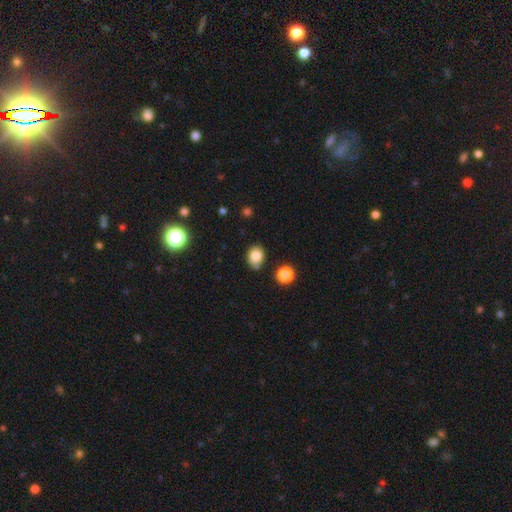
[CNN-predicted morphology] Q: Smooth or featured?
A: smooth (81%); runner-up: star or artifact (12%)
Q: How rounded?
A: round (58%); runner-up: in between (41%)
Q: Merging?
A: none (67%); runner-up: minor disturbance (23%)